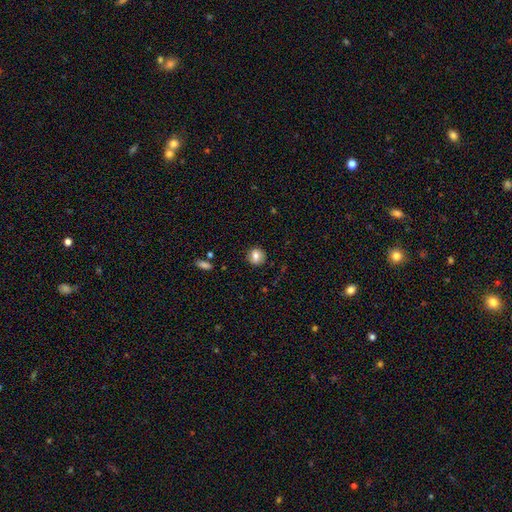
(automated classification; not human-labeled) smooth 78%, featured or disk 12%, star or artifact 9%. Down the decision tree: how rounded — round (85%); merging — none (87%).